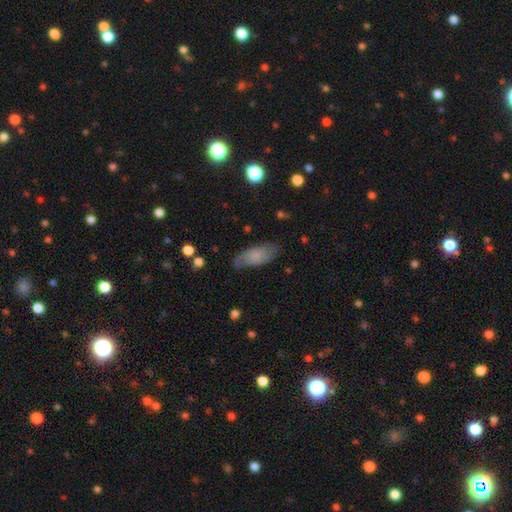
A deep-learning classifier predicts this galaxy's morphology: type=smooth (62%); roundness=in between (86%); merging=none (68%).